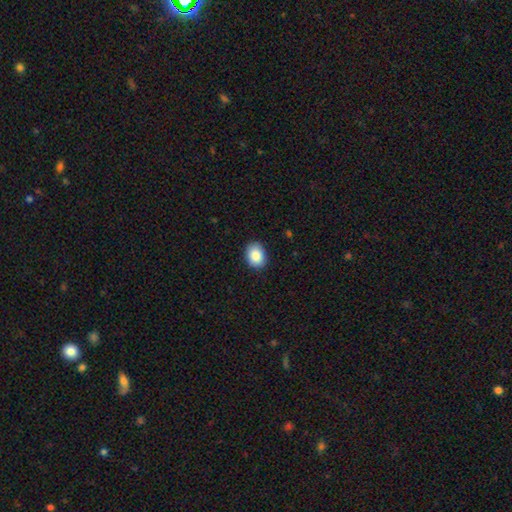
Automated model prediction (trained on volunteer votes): The model was most divided on "how rounded": in between: 66%, round: 33%, cigar-shaped: 1%. More confident: smooth or featured — smooth (88%); merging — none (87%).